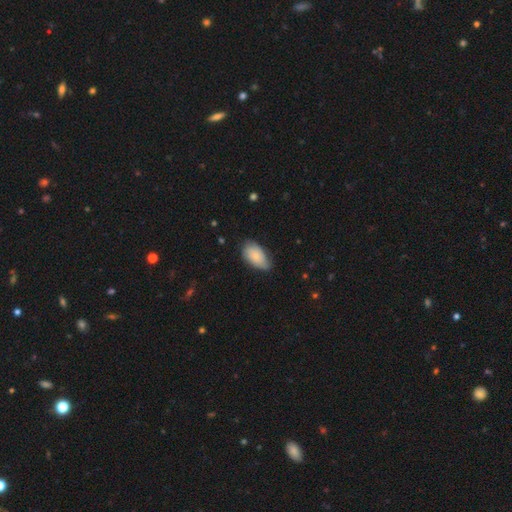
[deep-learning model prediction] Morphology: type=smooth (79%); roundness=in between (94%); merging=none (63%).